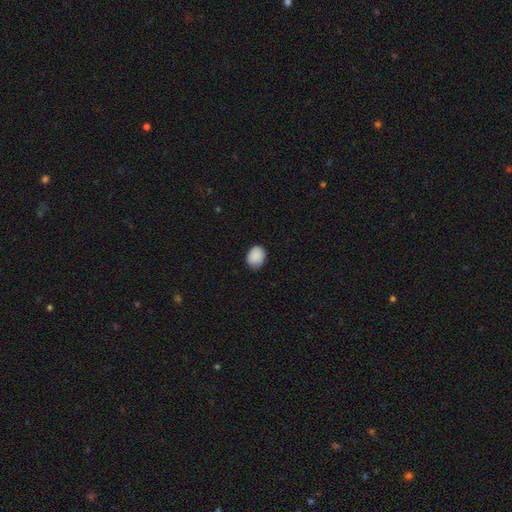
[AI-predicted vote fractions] smooth_or_featured: smooth (p=0.89) [alt: star or artifact p=0.07]
how_rounded: in between (p=0.55) [alt: round p=0.44]
merging: none (p=0.79) [alt: minor disturbance p=0.18]